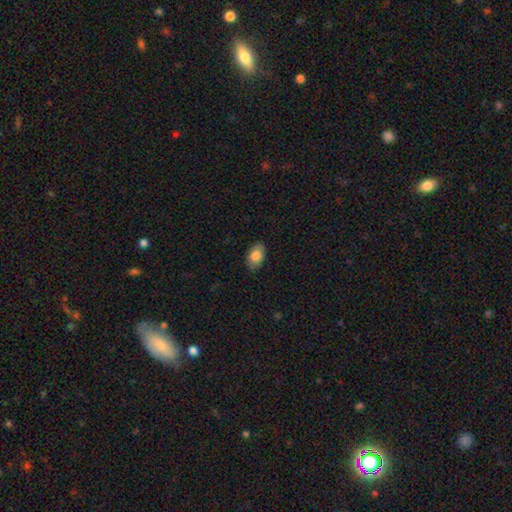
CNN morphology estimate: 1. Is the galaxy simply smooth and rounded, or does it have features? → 80% smooth, 13% featured or disk, 7% star or artifact.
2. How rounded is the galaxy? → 91% in between, 7% round, 2% cigar-shaped.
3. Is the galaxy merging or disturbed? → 82% none, 14% minor disturbance, 3% major disturbance, 1% merger.